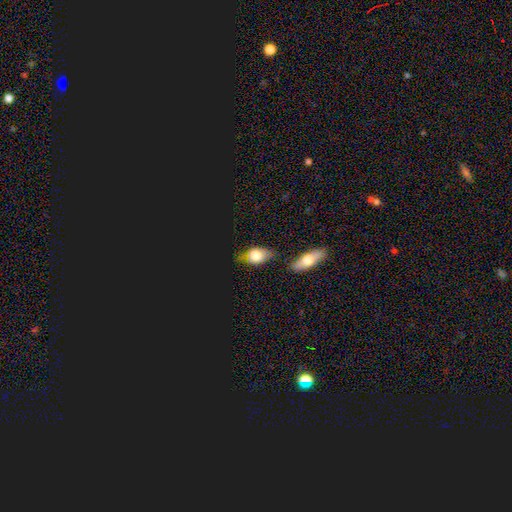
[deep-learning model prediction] This is likely a smooth galaxy (69%). How rounded: likely in between (79%). Merging: likely none (61%).